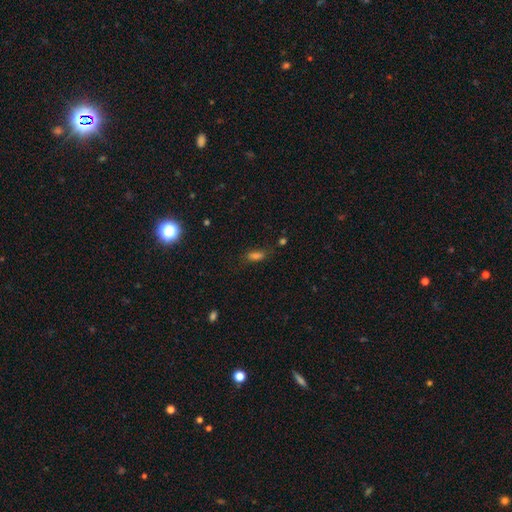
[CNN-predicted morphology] smooth 76%, star or artifact 16%, featured or disk 8%. Down the decision tree: how rounded — in between (75%); merging — none (64%).